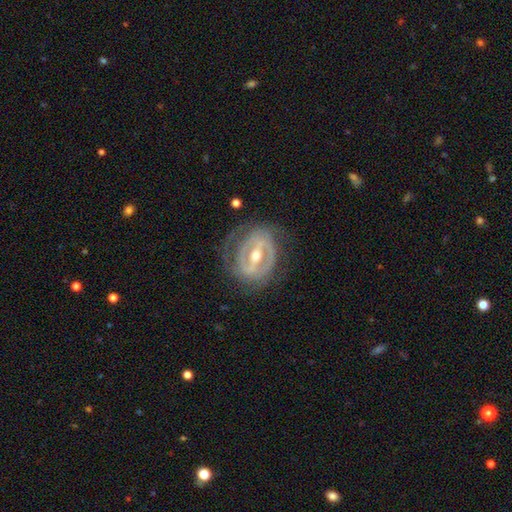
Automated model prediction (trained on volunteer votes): smooth-or-featured: featured or disk: 85% | smooth: 10% | star or artifact: 5%
  disk-edge-on: no: 93% | yes: 7%
    bar: strong: 66% | weak: 24% | no: 10%
    has-spiral-arms: yes: 65% | no: 35%
      spiral-winding: tight: 60% | medium: 28% | loose: 12%
      spiral-arm-count: 2: 54% | can't tell: 27% | 1: 8% | 3: 7% | 4: 2% | more than 4: 2%
    bulge-size: moderate: 68% | small: 27% | large: 3% | none: 1% | dominant: 1%
  merging: none: 71% | minor disturbance: 16% | major disturbance: 11% | merger: 1%